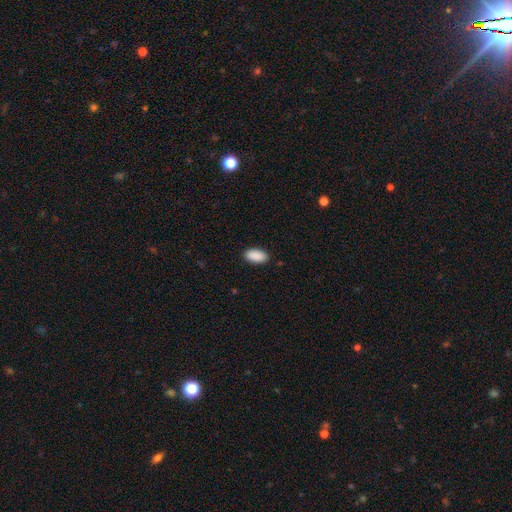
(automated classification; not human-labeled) Morphology: type=smooth (91%); roundness=in between (95%); merging=none (89%).